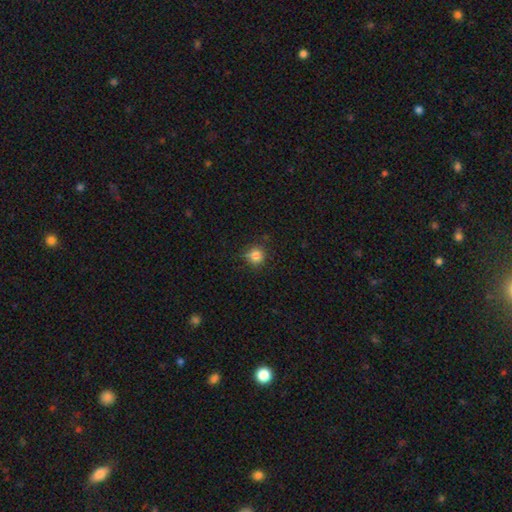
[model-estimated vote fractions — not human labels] A smooth galaxy with no disk features (83%) that is round (90%). Merging: none (77%).